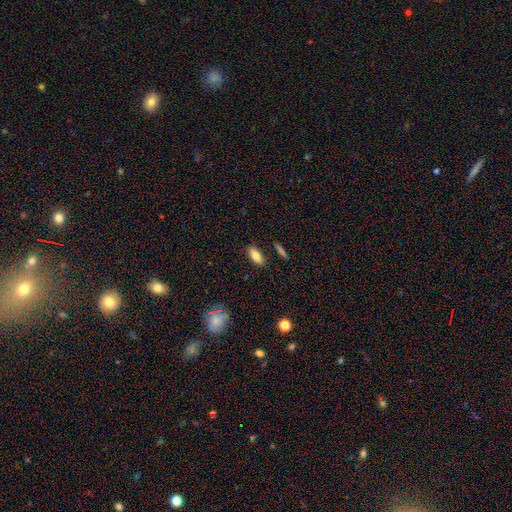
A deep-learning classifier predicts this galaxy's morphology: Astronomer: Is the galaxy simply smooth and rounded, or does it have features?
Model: smooth — 81%.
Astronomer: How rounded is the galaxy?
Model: in between — 82%.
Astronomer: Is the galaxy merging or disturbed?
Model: none — 86%.